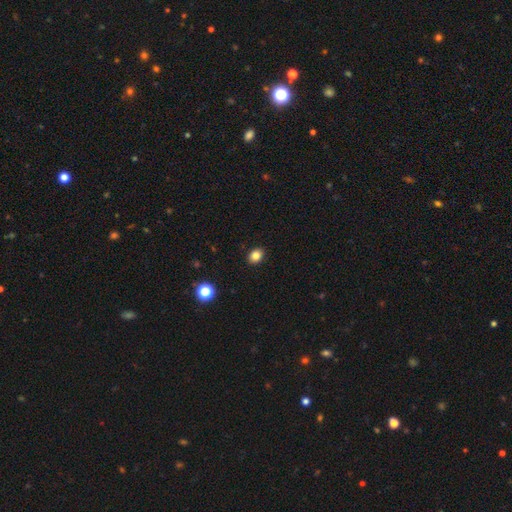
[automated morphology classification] smooth 84%, star or artifact 11%, featured or disk 5%. Down the decision tree: how rounded — in between (60%); merging — none (91%).